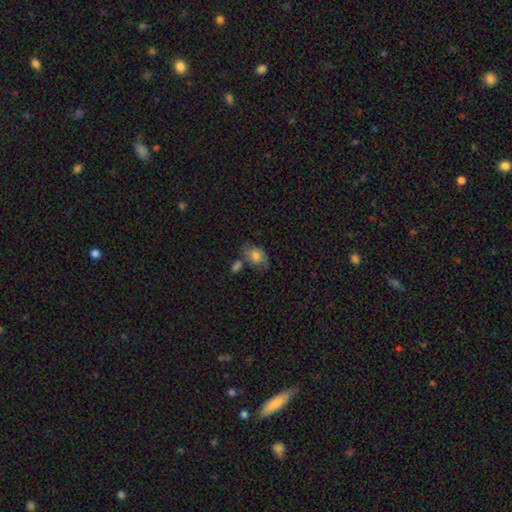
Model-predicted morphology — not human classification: The model was most divided on "merging": none: 49%, minor disturbance: 24%, merger: 17%, major disturbance: 10%. More confident: how rounded — in between (78%); smooth or featured — smooth (72%).